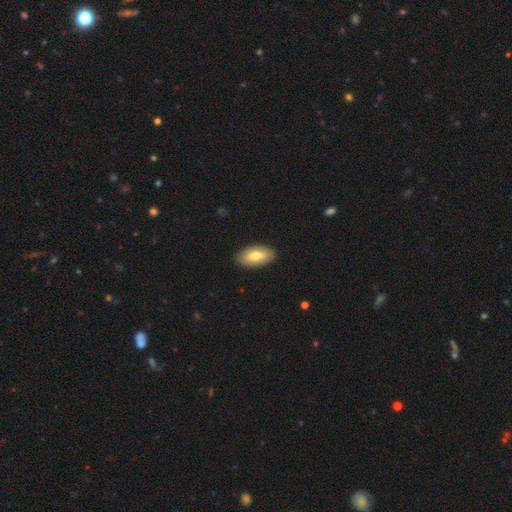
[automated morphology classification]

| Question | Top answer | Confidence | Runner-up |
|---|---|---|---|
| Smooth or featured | smooth | 72% | featured or disk (22%) |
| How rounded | in between | 93% | cigar-shaped (5%) |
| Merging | none | 87% | minor disturbance (10%) |